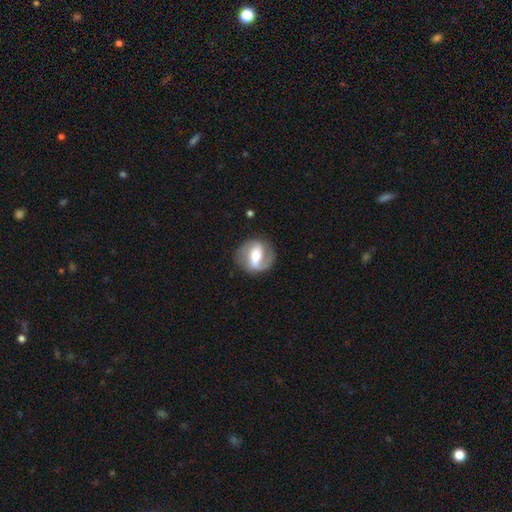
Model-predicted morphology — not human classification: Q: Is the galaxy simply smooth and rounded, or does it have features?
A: featured or disk — 74%.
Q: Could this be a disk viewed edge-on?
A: no — 95%.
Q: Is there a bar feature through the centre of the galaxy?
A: strong — 48%.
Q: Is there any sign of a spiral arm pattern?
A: yes — 84%.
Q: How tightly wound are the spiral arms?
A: medium — 44%.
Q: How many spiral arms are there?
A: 2 — 80%.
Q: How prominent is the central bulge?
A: moderate — 61%.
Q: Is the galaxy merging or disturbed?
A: none — 79%.